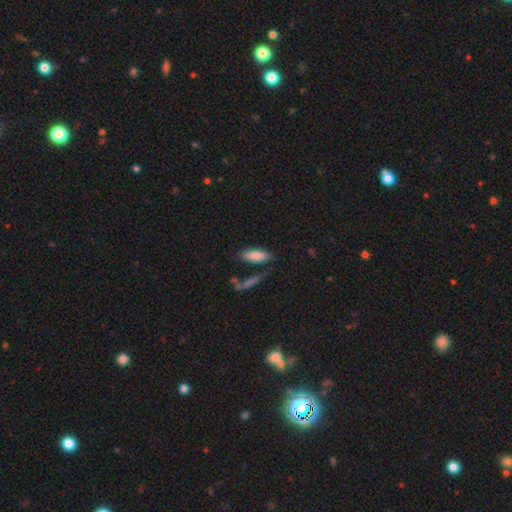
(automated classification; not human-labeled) Smooth or featured?
  - smooth: 84% *
  - featured or disk: 10%
  - star or artifact: 7%
How rounded?
  - in between: 69% *
  - cigar-shaped: 29%
  - round: 2%
Merging?
  - none: 68% *
  - minor disturbance: 16%
  - merger: 10%
  - major disturbance: 6%